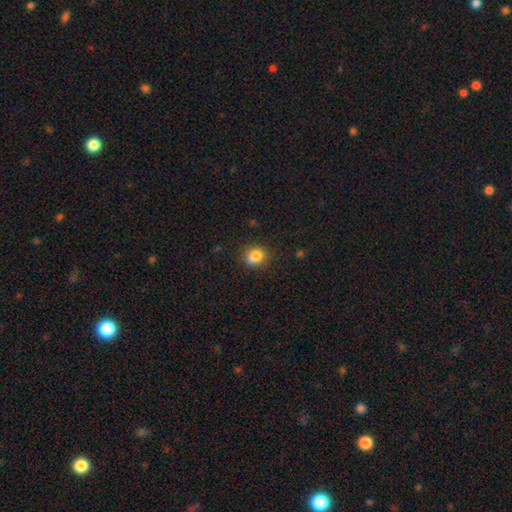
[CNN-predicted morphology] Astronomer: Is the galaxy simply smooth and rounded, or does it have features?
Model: smooth — 83%.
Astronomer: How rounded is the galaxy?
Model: round — 57% (runner-up: in between, 42%).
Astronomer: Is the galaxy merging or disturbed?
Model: none — 76%.